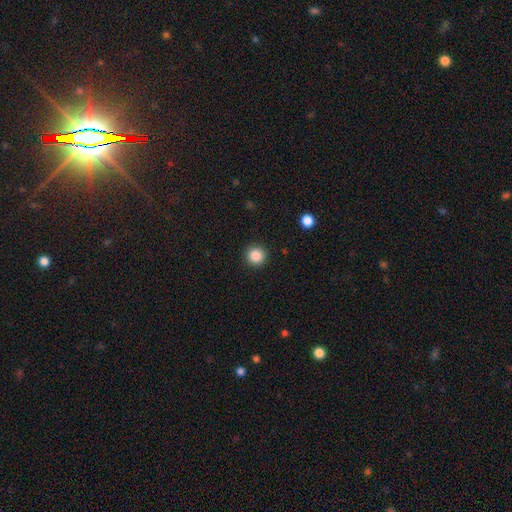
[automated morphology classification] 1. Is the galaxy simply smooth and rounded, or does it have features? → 87% smooth, 10% star or artifact, 3% featured or disk.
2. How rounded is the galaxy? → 95% round, 4% in between, 1% cigar-shaped.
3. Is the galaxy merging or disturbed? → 92% none, 5% minor disturbance, 2% major disturbance, 1% merger.